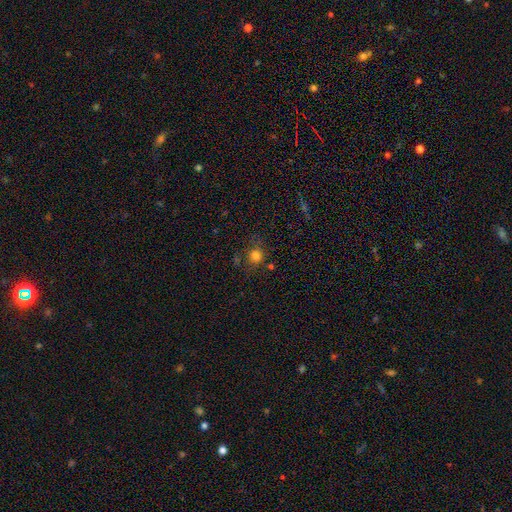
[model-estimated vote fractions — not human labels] smooth-or-featured: smooth: 78% | star or artifact: 16% | featured or disk: 6%
  how-rounded: round: 88% | in between: 11% | cigar-shaped: 1%
  merging: none: 76% | minor disturbance: 13% | merger: 6% | major disturbance: 5%